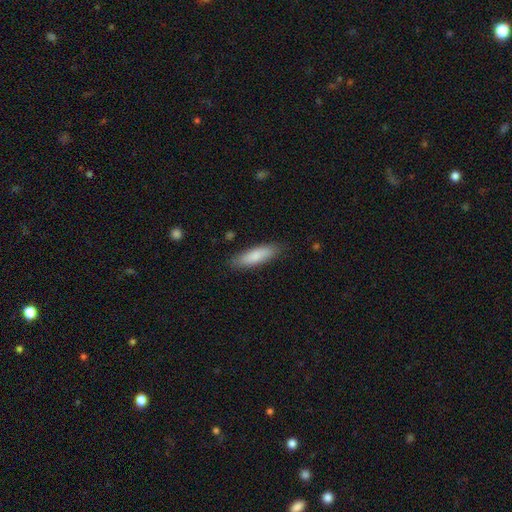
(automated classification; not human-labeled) Smooth or featured? Predicted: smooth (p=0.83). How rounded? Predicted: cigar-shaped (p=0.57). Merging? Predicted: none (p=0.85).